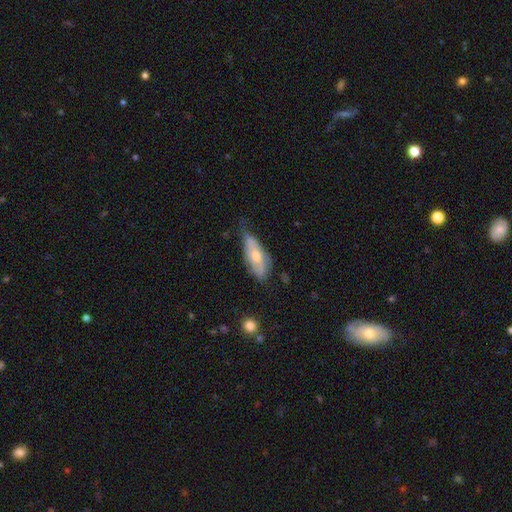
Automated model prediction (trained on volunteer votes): Smooth or featured? Predicted: smooth (p=0.50). Merging? Predicted: none (p=0.45).